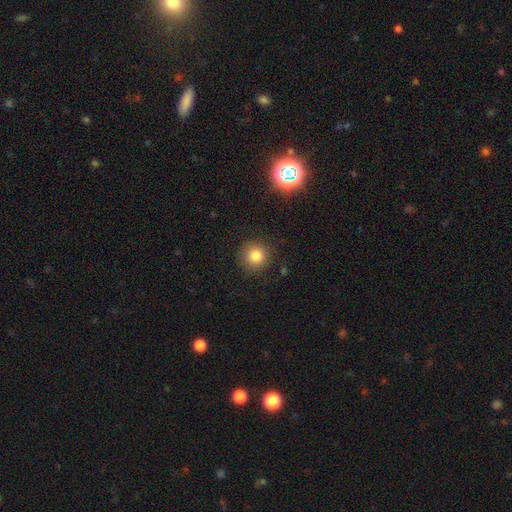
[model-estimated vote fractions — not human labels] A smooth galaxy with no disk features (82%) that is round (93%).

Vote fractions:
- Smooth or featured? smooth: 82% / star or artifact: 12% / featured or disk: 6%
- How rounded? round: 93% / in between: 6% / cigar-shaped: 1%
- Merging? none: 88% / minor disturbance: 8% / major disturbance: 3% / merger: 1%